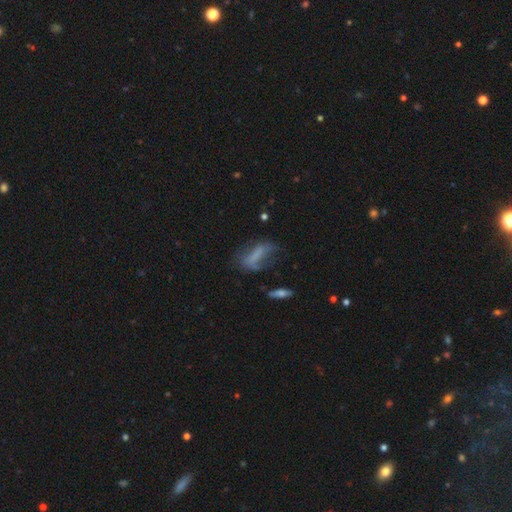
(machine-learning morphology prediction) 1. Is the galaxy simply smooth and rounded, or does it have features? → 54% smooth, 33% featured or disk, 13% star or artifact.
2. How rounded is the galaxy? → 59% in between, 36% cigar-shaped, 5% round.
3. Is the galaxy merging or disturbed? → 38% none, 30% major disturbance, 26% minor disturbance, 5% merger.